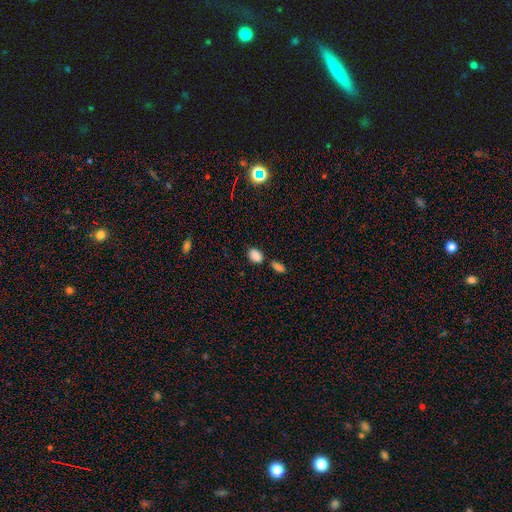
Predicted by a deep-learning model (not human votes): Smooth or featured: smooth — 85% (star or artifact — 10%)
How rounded: in between — 86% (round — 13%)
Merging: none — 67% (merger — 15%)